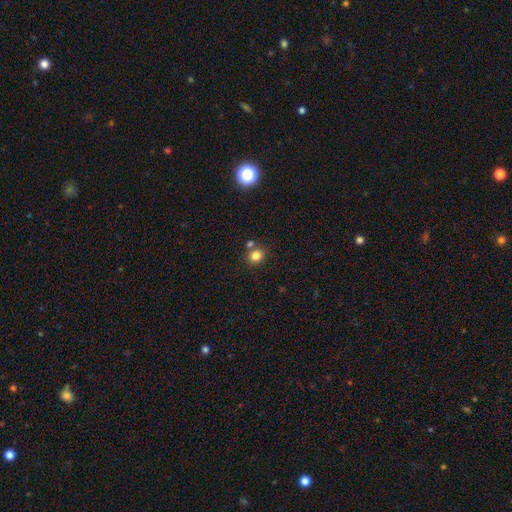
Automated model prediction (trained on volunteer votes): smooth 81%, star or artifact 12%, featured or disk 7%. Down the decision tree: how rounded — round (74%); merging — none (71%).